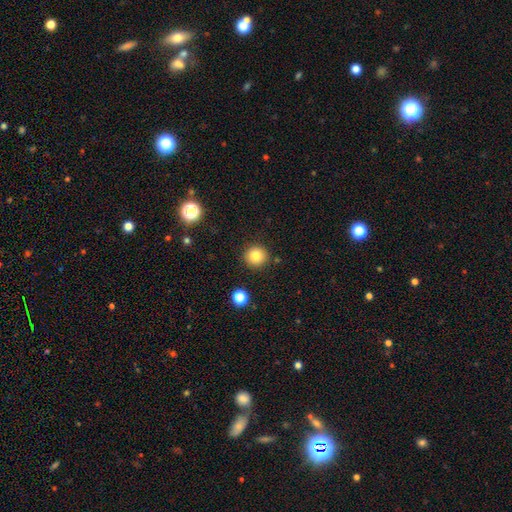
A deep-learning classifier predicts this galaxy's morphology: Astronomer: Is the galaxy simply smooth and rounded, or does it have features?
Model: smooth — 84%.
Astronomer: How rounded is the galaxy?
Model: round — 94%.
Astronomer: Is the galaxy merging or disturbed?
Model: none — 89%.